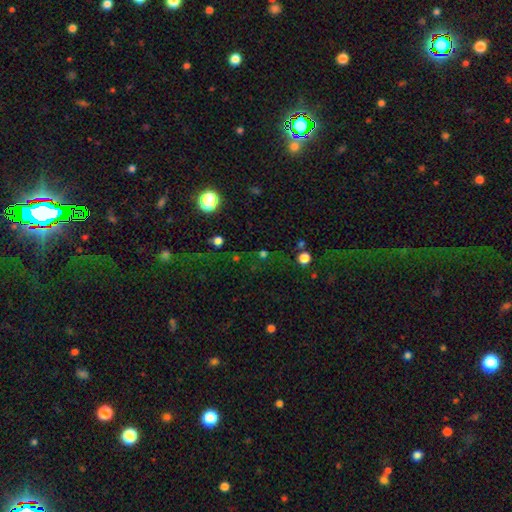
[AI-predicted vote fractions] Overall: star or artifact (69%).